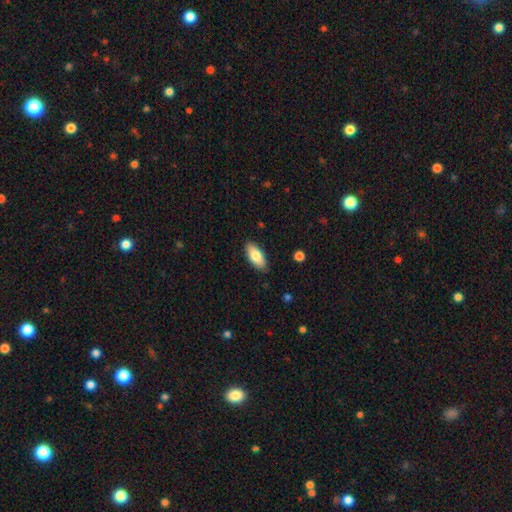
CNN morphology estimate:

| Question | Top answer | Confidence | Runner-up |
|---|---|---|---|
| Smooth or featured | smooth | 80% | featured or disk (14%) |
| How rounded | in between | 87% | cigar-shaped (10%) |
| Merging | none | 87% | minor disturbance (10%) |